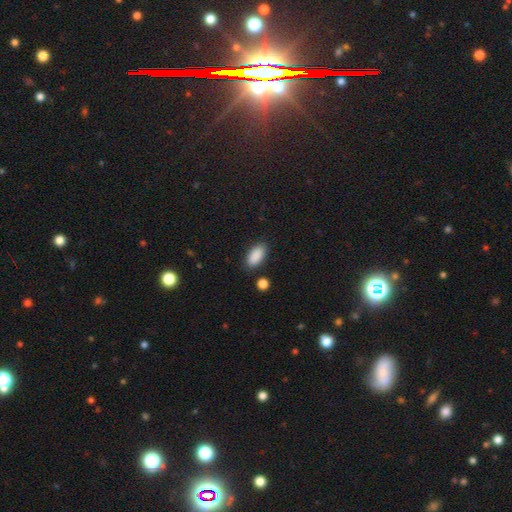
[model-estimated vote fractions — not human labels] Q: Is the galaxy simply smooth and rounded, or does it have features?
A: smooth — 90%.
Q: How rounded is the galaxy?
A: in between — 92%.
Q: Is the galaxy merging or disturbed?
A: none — 84%.